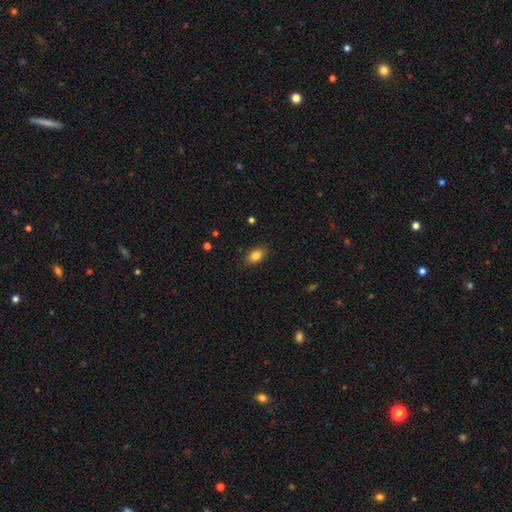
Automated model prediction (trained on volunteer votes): Smooth or featured?
  - smooth: 84% *
  - star or artifact: 9%
  - featured or disk: 7%
How rounded?
  - in between: 86% *
  - round: 12%
  - cigar-shaped: 2%
Merging?
  - none: 88% *
  - minor disturbance: 9%
  - major disturbance: 2%
  - merger: 1%